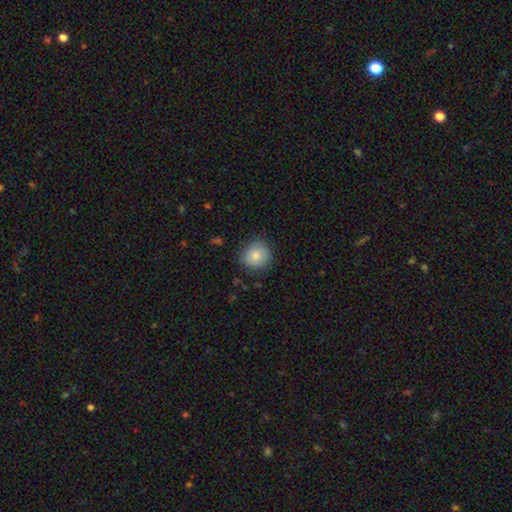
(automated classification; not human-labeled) This is clearly a smooth galaxy (83%). How rounded: clearly round (87%). Merging: clearly none (83%).